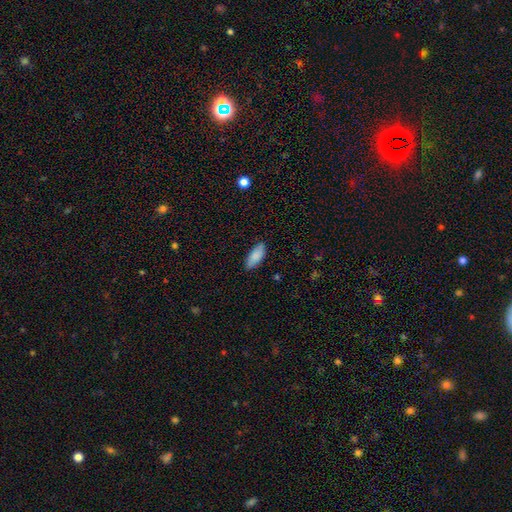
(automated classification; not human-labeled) Overall: smooth (87%). How rounded: in between (81%). Merging: none (85%).